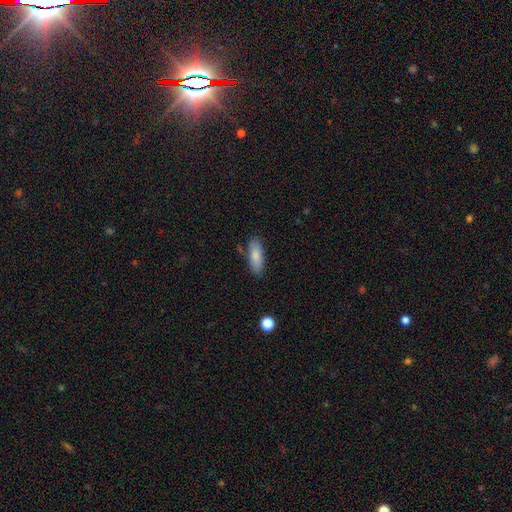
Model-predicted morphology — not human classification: Smooth or featured? smooth (83%)
How rounded? in between (67%)
Merging? none (76%)